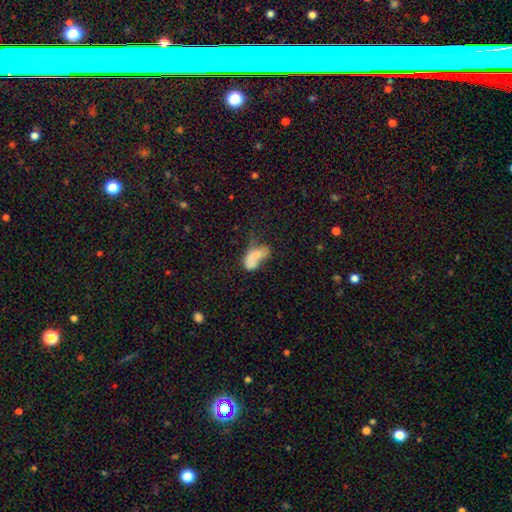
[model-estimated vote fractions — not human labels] smooth_or_featured: smooth (p=0.67) [alt: featured or disk p=0.22]
how_rounded: in between (p=0.89) [alt: round p=0.06]
merging: major disturbance (p=0.33) [alt: merger p=0.22]